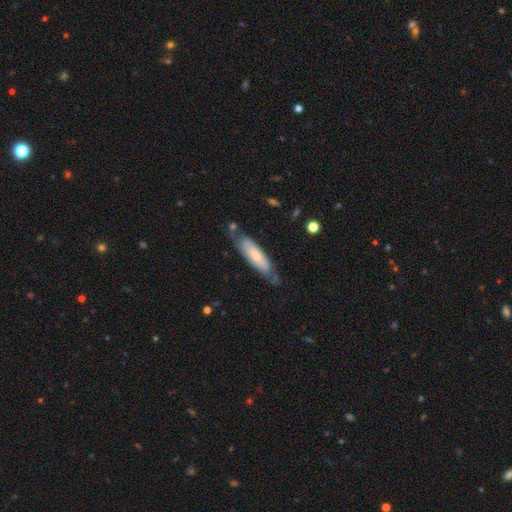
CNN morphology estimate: Smooth or featured? Predicted: smooth (p=0.53). How rounded? Predicted: cigar-shaped (p=0.63). Merging? Predicted: none (p=0.65).